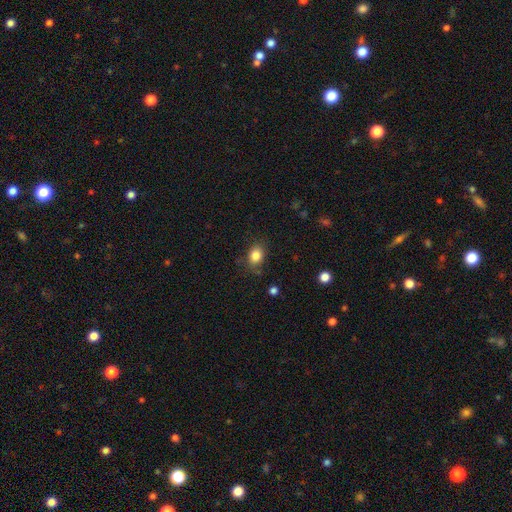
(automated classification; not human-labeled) The model was most divided on "how rounded": in between: 63%, round: 36%, cigar-shaped: 1%. More confident: smooth or featured — smooth (84%); merging — none (80%).